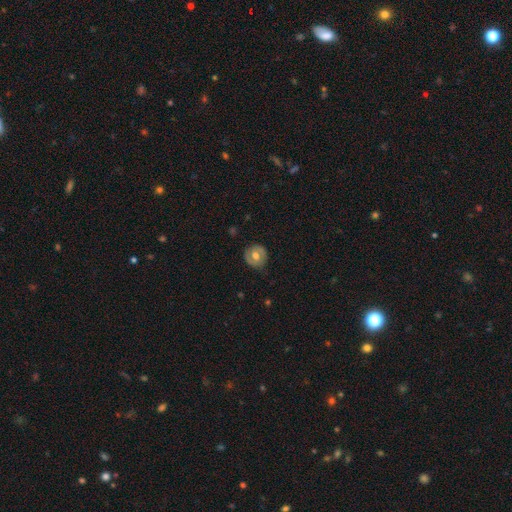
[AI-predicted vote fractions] smooth_or_featured: smooth (p=0.47) [alt: featured or disk p=0.46]
merging: none (p=0.83) [alt: minor disturbance p=0.13]